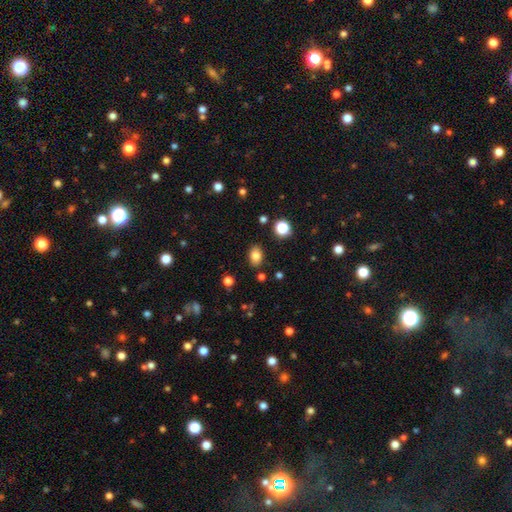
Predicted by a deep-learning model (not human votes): Q: Smooth or featured?
A: smooth (81%); runner-up: star or artifact (11%)
Q: How rounded?
A: in between (80%); runner-up: round (18%)
Q: Merging?
A: none (85%); runner-up: minor disturbance (10%)